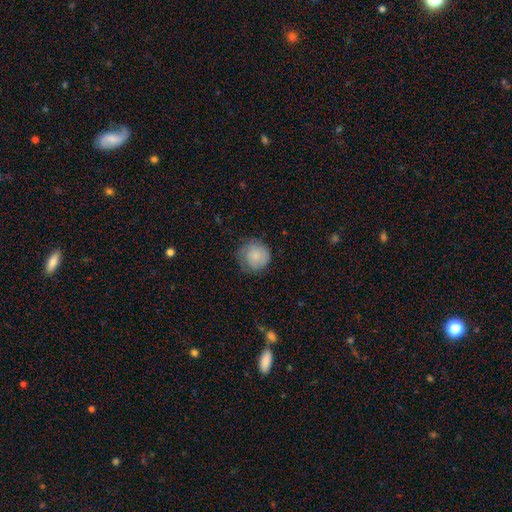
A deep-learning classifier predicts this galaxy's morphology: type=smooth (77%); roundness=round (92%); merging=none (66%).